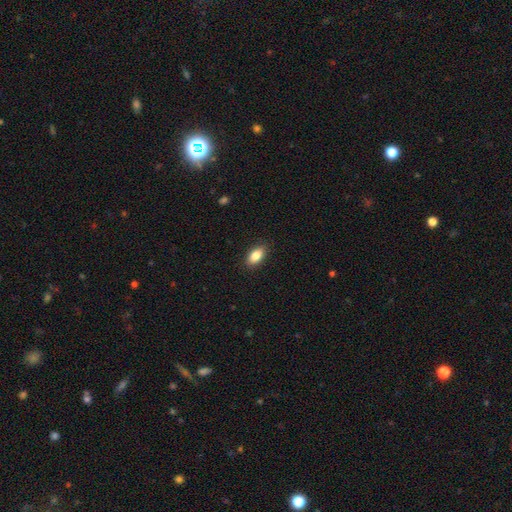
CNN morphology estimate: Smooth or featured: smooth — 85% (star or artifact — 7%)
How rounded: in between — 91% (cigar-shaped — 5%)
Merging: none — 89% (minor disturbance — 8%)